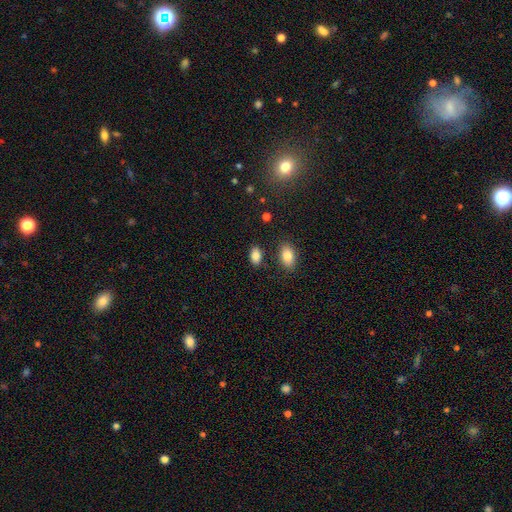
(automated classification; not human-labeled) A smooth galaxy with no disk features (86%) that is in between round and cigar-shaped (89%). Merging: none (81%).